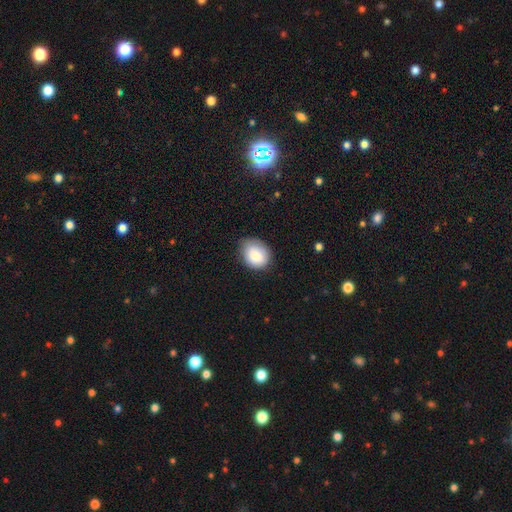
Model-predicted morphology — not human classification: Smooth or featured: smooth — 84% (featured or disk — 9%)
How rounded: round — 54% (in between — 45%)
Merging: none — 72% (minor disturbance — 23%)